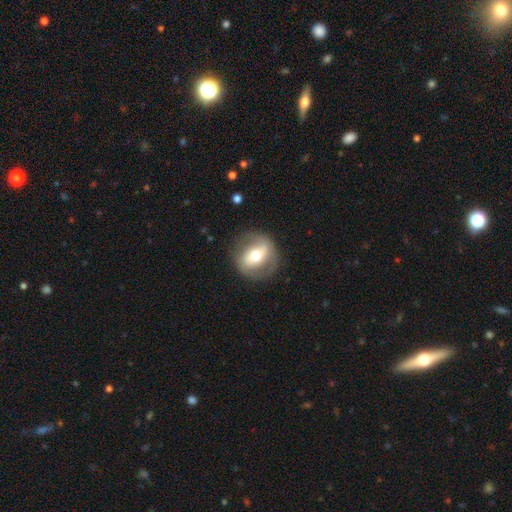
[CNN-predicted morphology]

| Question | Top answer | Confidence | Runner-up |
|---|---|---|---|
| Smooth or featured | featured or disk | 55% | smooth (39%) |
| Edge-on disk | no | 91% | yes (9%) |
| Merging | none | 80% | minor disturbance (12%) |